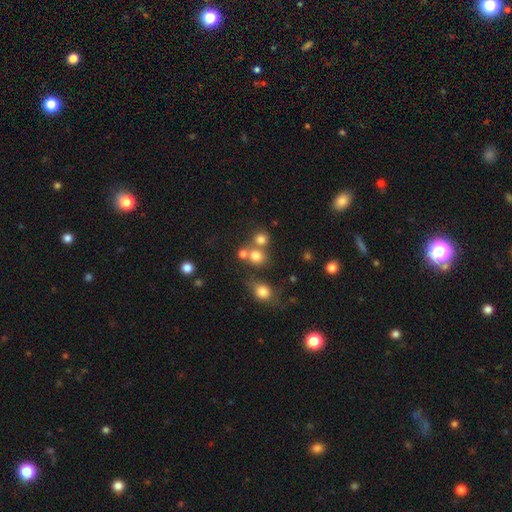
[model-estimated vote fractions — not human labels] Morphology: type=smooth (73%); roundness=round (84%); merging=none (55%).